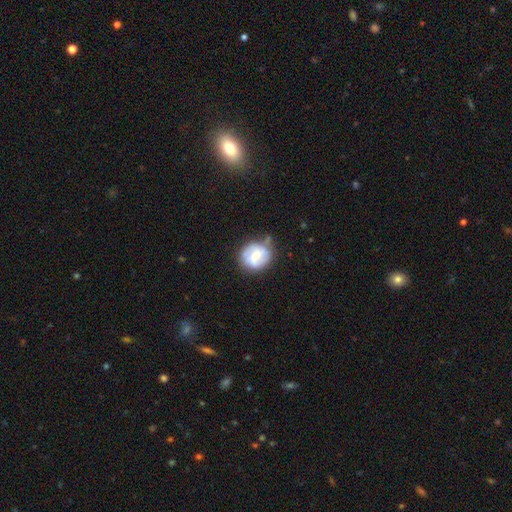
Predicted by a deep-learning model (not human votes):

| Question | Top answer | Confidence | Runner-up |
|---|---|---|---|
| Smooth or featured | featured or disk | 50% | smooth (43%) |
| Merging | none | 50% | minor disturbance (31%) |